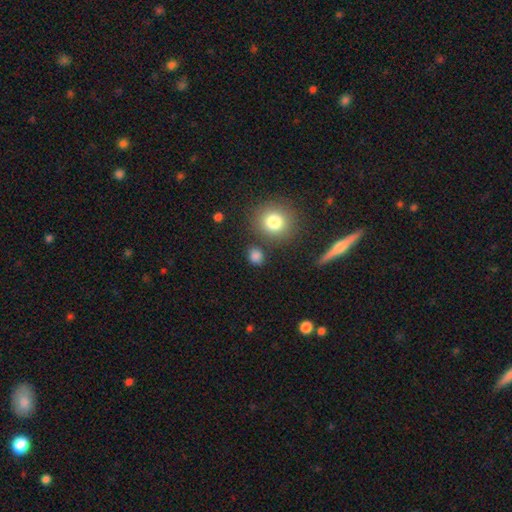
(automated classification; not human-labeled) The model was most divided on "how rounded": round: 75%, in between: 23%, cigar-shaped: 1%. More confident: smooth or featured — smooth (81%); merging — none (78%).